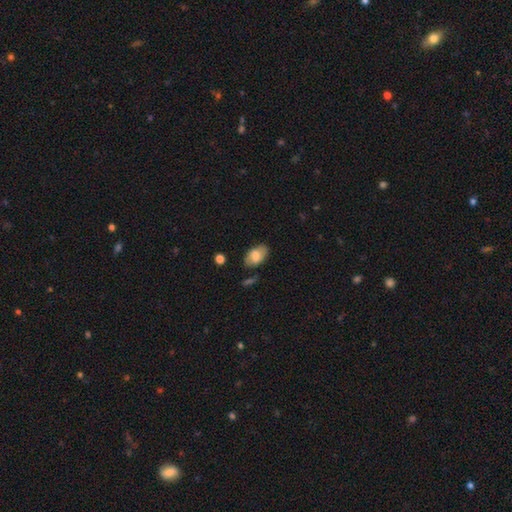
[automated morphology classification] A smooth galaxy with no disk features (74%) that is in between round and cigar-shaped (92%).

Vote fractions:
- Smooth or featured? smooth: 74% / featured or disk: 18% / star or artifact: 7%
- How rounded? in between: 92% / round: 6% / cigar-shaped: 2%
- Merging? none: 74% / minor disturbance: 18% / major disturbance: 4% / merger: 4%